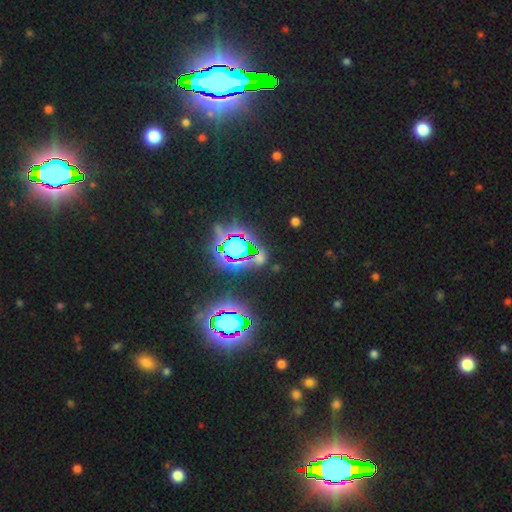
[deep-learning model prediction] This is likely a star or artifact rather than a galaxy (78%).